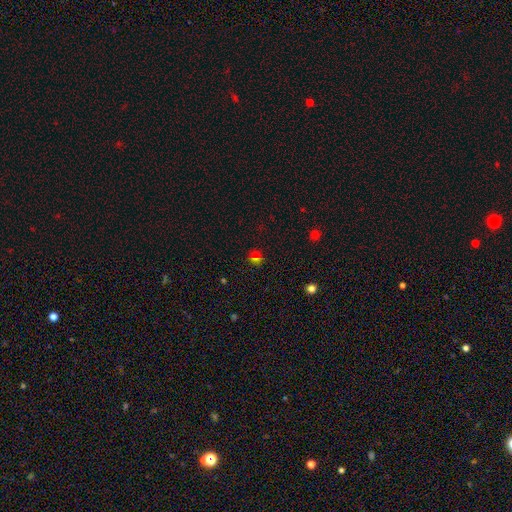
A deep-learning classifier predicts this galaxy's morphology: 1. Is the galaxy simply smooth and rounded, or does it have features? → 59% smooth, 33% star or artifact, 8% featured or disk.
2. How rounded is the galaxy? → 83% round, 15% in between, 1% cigar-shaped.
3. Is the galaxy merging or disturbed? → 79% none, 11% minor disturbance, 7% merger, 3% major disturbance.